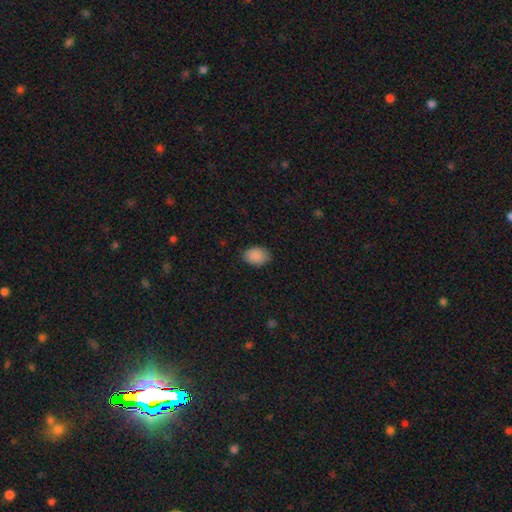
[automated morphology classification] Smooth or featured? smooth (89%)
How rounded? in between (74%)
Merging? none (80%)